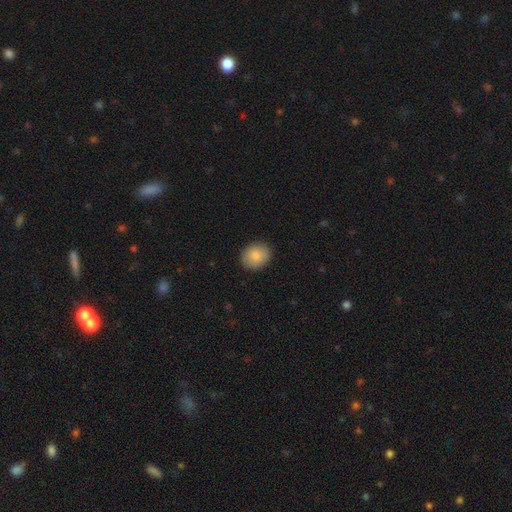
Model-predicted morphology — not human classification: A smooth galaxy with no disk features (86%) that is round (58%).

Vote fractions:
- Smooth or featured? smooth: 86% / featured or disk: 7% / star or artifact: 7%
- How rounded? round: 58% / in between: 41% / cigar-shaped: 1%
- Merging? none: 88% / minor disturbance: 9% / major disturbance: 2% / merger: 1%